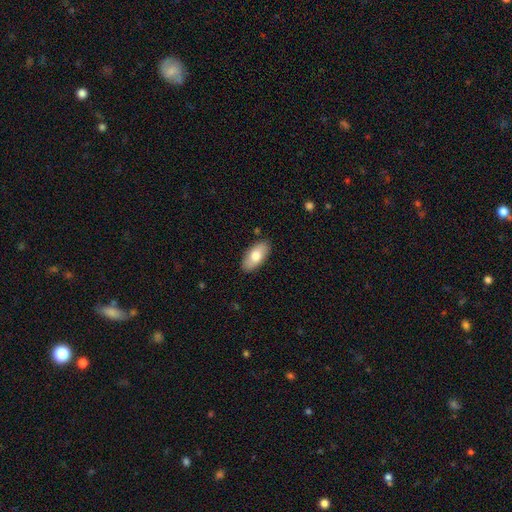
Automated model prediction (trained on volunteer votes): A smooth galaxy with no disk features (76%) that is in between round and cigar-shaped (91%).

Vote fractions:
- Smooth or featured? smooth: 76% / featured or disk: 18% / star or artifact: 6%
- How rounded? in between: 91% / cigar-shaped: 6% / round: 3%
- Merging? none: 88% / minor disturbance: 9% / major disturbance: 2% / merger: 1%